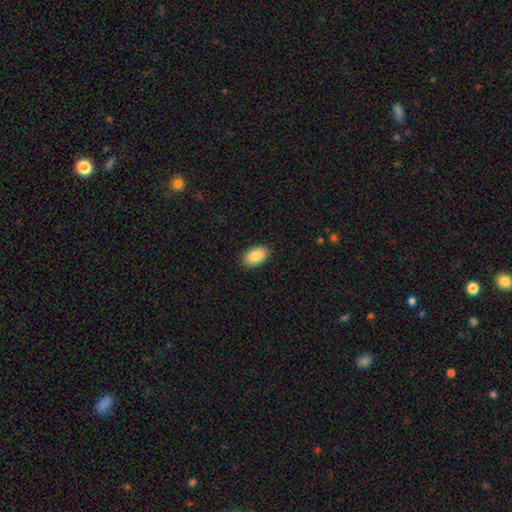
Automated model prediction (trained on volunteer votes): Smooth or featured: smooth — 87% (star or artifact — 7%)
How rounded: in between — 93% (round — 5%)
Merging: none — 89% (minor disturbance — 8%)